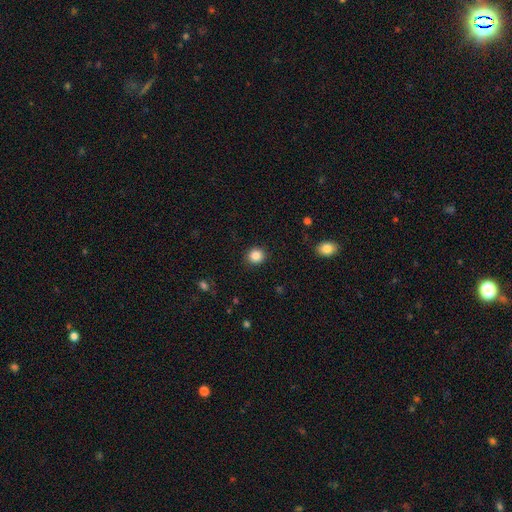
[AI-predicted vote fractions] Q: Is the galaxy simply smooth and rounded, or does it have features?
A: smooth — 85%.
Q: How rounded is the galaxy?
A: round — 90%.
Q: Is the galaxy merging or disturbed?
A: none — 91%.